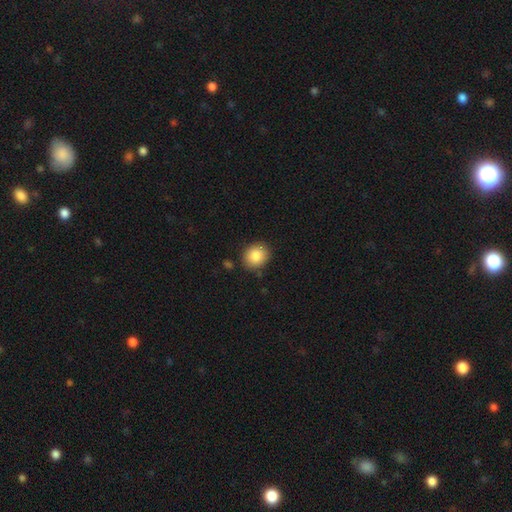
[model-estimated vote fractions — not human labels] A smooth galaxy with no disk features (85%) that is round (73%).

Vote fractions:
- Smooth or featured? smooth: 85% / star or artifact: 8% / featured or disk: 7%
- How rounded? round: 73% / in between: 26% / cigar-shaped: 1%
- Merging? none: 85% / minor disturbance: 10% / merger: 2% / major disturbance: 2%